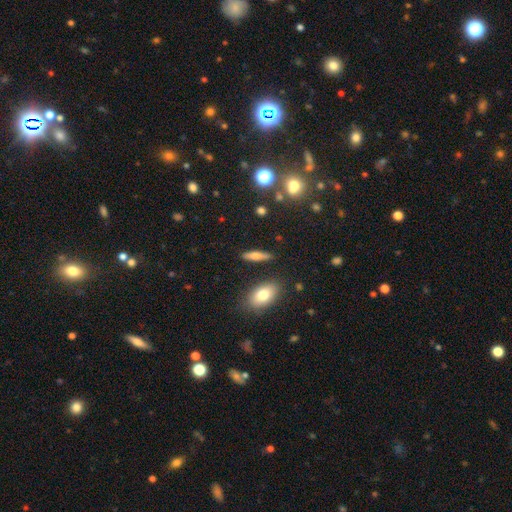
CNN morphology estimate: type=smooth (64%); roundness=cigar-shaped (67%); merging=none (85%).